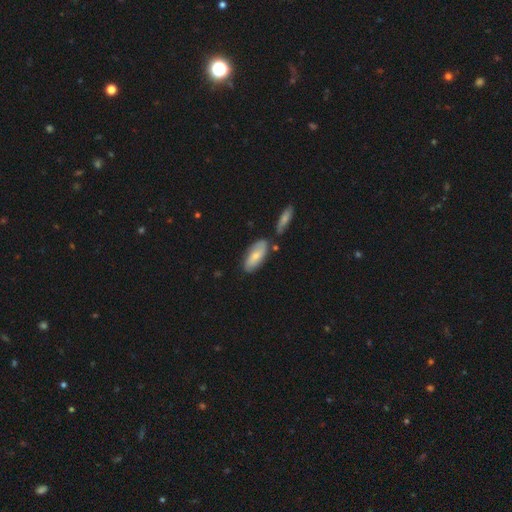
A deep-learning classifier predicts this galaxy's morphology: Overall: smooth (65%; featured or disk 29%). How rounded: in between (81%). Merging: none (69%).